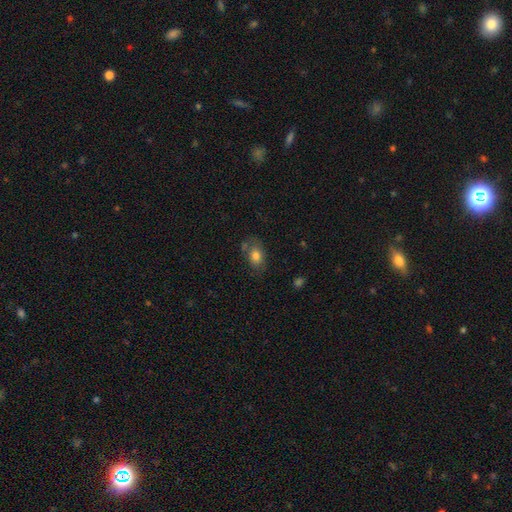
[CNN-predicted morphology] The model was most divided on "merging": none: 58%, minor disturbance: 23%, merger: 9%, major disturbance: 9%. More confident: how rounded — in between (83%); smooth or featured — smooth (77%).